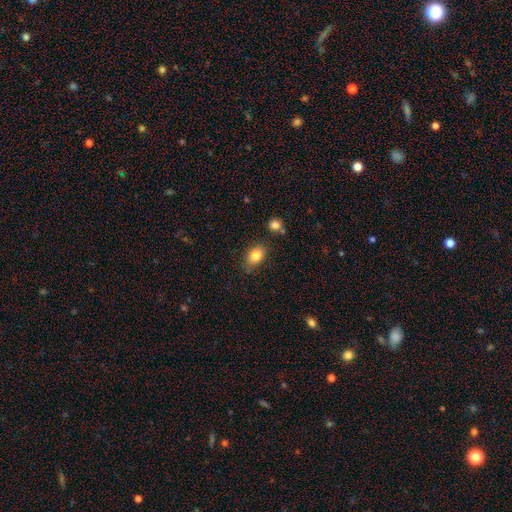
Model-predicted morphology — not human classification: This is clearly a smooth galaxy (82%). How rounded: likely in between (72%). Merging: likely none (74%).